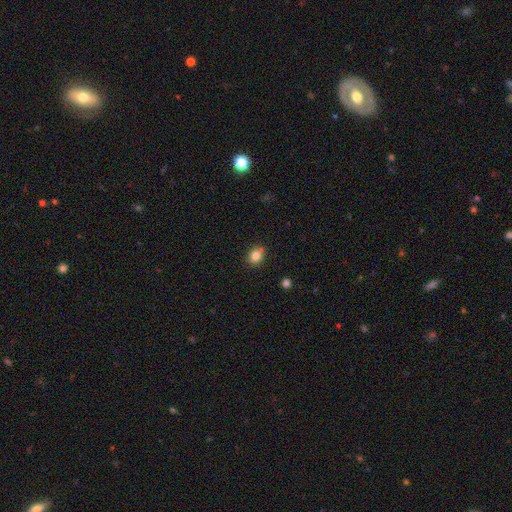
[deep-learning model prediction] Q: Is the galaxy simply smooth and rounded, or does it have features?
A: smooth — 83%.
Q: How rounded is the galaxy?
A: round — 58%.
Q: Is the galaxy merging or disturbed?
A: none — 81%.